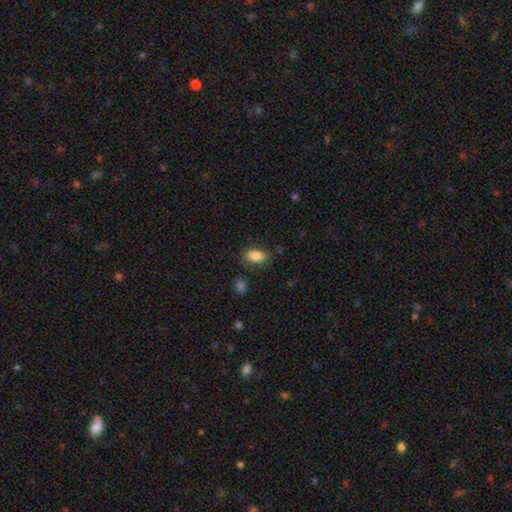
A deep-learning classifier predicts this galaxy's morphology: smooth-or-featured: smooth: 83% | featured or disk: 9% | star or artifact: 8%
  how-rounded: in between: 89% | round: 8% | cigar-shaped: 2%
  merging: none: 78% | minor disturbance: 15% | major disturbance: 4% | merger: 3%